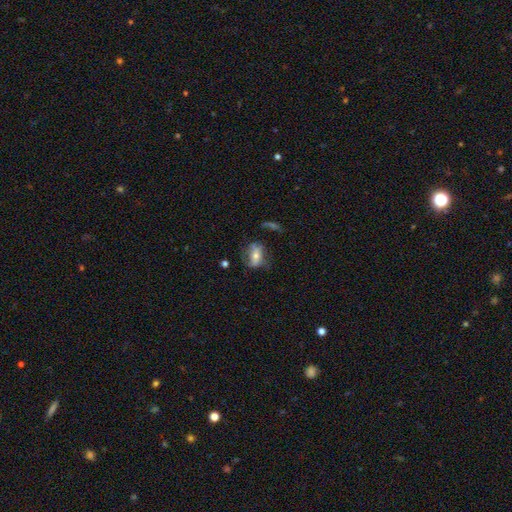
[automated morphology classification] This appears to be a featured or disk galaxy (47%). Merging: none (51%).